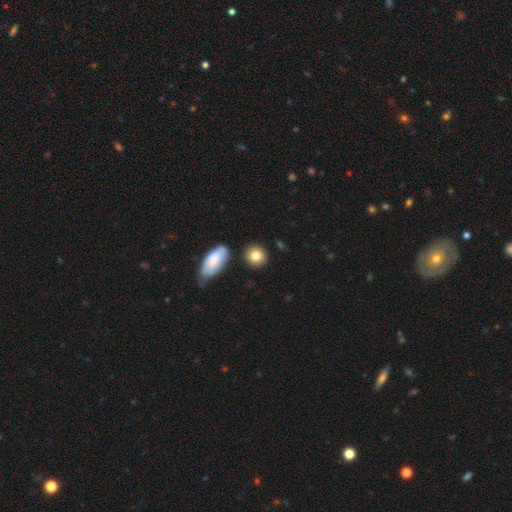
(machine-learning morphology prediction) A smooth galaxy with no disk features (82%) that is round (79%).

Vote fractions:
- Smooth or featured? smooth: 82% / featured or disk: 10% / star or artifact: 8%
- How rounded? round: 79% / in between: 19% / cigar-shaped: 2%
- Merging? none: 81% / minor disturbance: 11% / merger: 5% / major disturbance: 3%